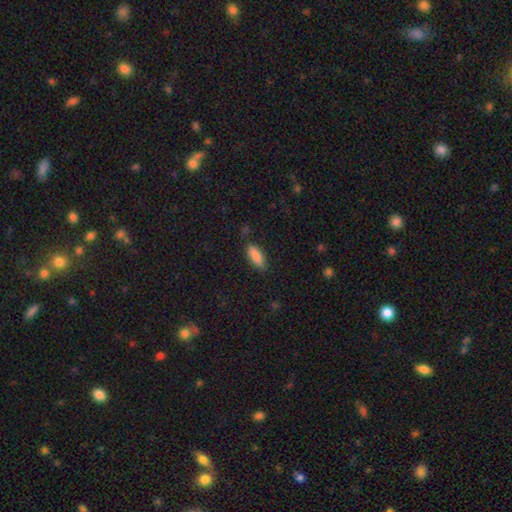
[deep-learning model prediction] A smooth galaxy with no disk features (86%) that is in between round and cigar-shaped (68%).

Vote fractions:
- Smooth or featured? smooth: 86% / star or artifact: 7% / featured or disk: 7%
- How rounded? in between: 68% / cigar-shaped: 30% / round: 2%
- Merging? none: 83% / minor disturbance: 12% / major disturbance: 3% / merger: 2%